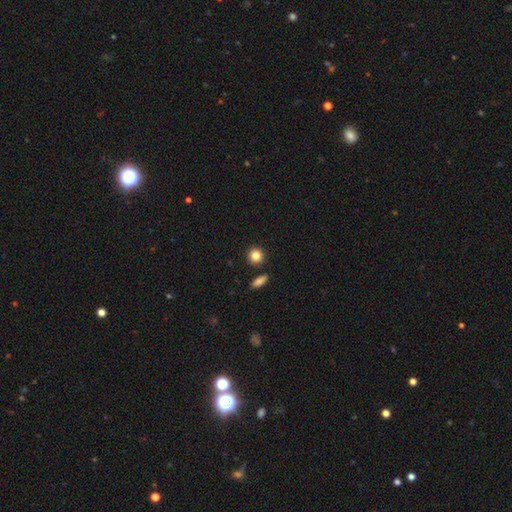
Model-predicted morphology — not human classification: smooth-or-featured: smooth: 85% | star or artifact: 10% | featured or disk: 6%
  how-rounded: round: 89% | in between: 10% | cigar-shaped: 1%
  merging: none: 86% | minor disturbance: 7% | merger: 5% | major disturbance: 2%